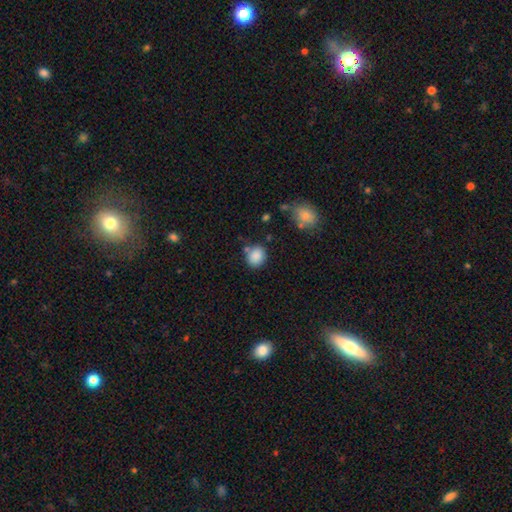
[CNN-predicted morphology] The model was most divided on "how rounded": round: 60%, in between: 39%, cigar-shaped: 1%. More confident: smooth or featured — smooth (86%); merging — none (70%).